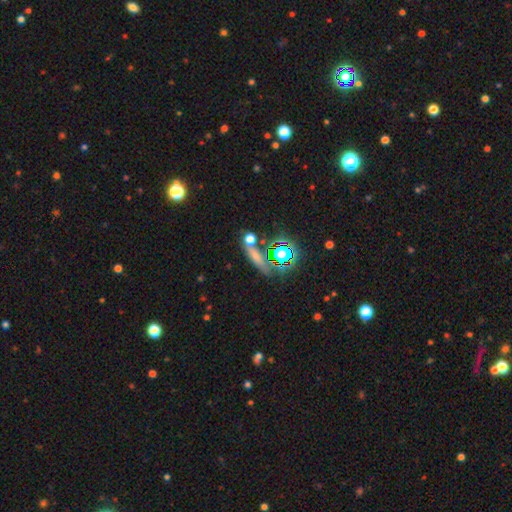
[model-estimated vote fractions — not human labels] Smooth or featured?
  - smooth: 52% *
  - star or artifact: 32%
  - featured or disk: 16%
How rounded?
  - cigar-shaped: 50% *
  - in between: 26%
  - round: 24%
Merging?
  - none: 64% *
  - merger: 17%
  - minor disturbance: 13%
  - major disturbance: 6%